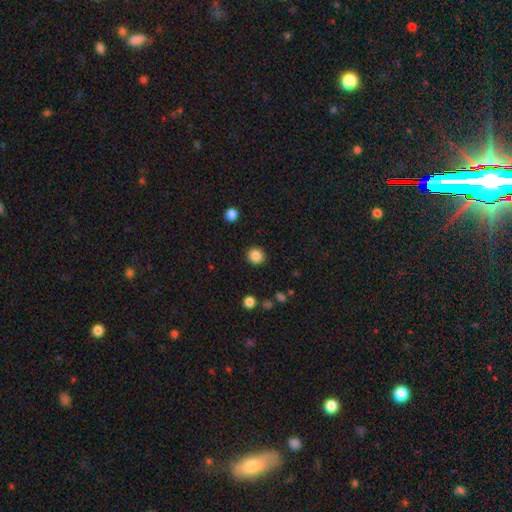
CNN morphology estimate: smooth 86%, star or artifact 10%, featured or disk 4%. Down the decision tree: how rounded — round (92%); merging — none (92%).